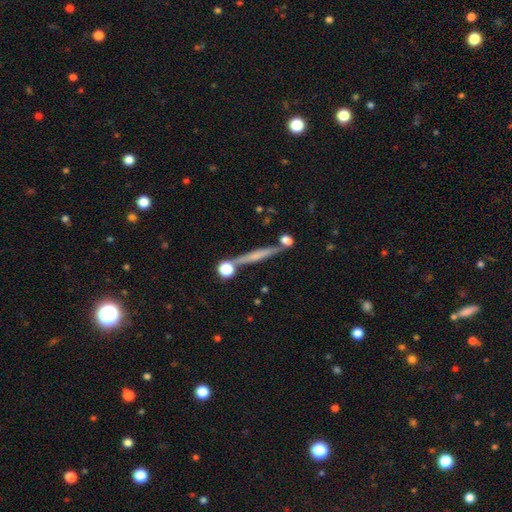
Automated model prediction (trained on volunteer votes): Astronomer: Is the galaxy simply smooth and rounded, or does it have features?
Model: featured or disk — 53% (runner-up: smooth, 37%).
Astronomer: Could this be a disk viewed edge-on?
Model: yes — 95%.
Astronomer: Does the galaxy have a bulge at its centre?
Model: none — 51% (runner-up: rounded, 36%).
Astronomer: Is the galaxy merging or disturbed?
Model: none — 80%.